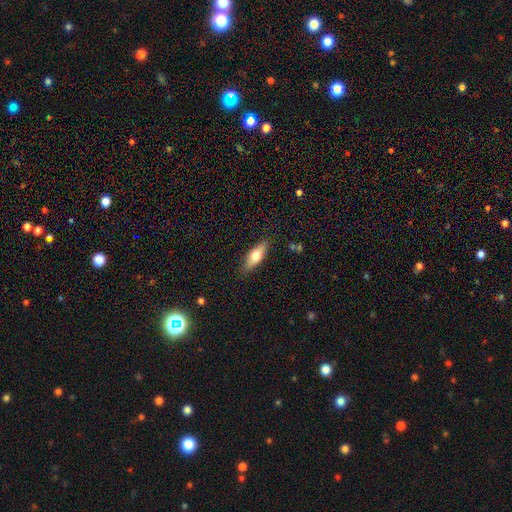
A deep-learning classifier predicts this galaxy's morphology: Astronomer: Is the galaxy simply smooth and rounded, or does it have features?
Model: smooth — 63%.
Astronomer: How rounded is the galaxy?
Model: in between — 60% (runner-up: cigar-shaped, 37%).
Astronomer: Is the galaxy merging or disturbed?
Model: none — 85%.